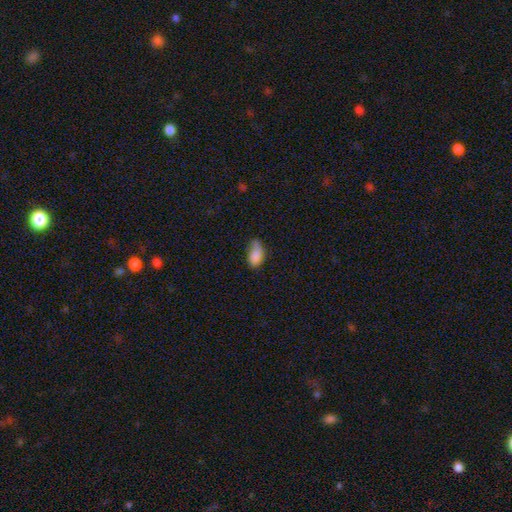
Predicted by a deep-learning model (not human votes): A smooth galaxy with no disk features (85%) that is in between round and cigar-shaped (92%). Merging: none (43%).